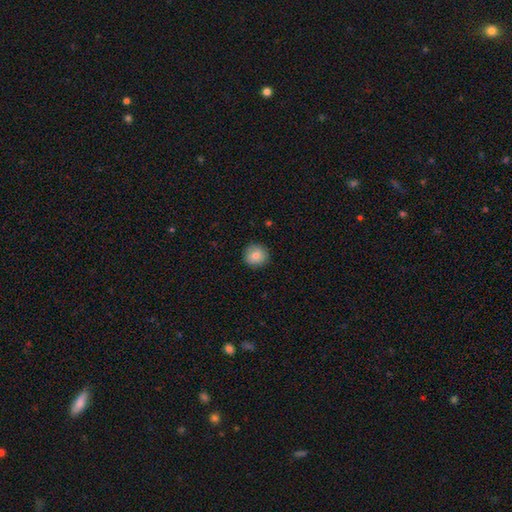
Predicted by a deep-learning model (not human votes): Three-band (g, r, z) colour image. It shows a smooth galaxy with no disk features (83%) that is round (93%). Merging: none (89%).